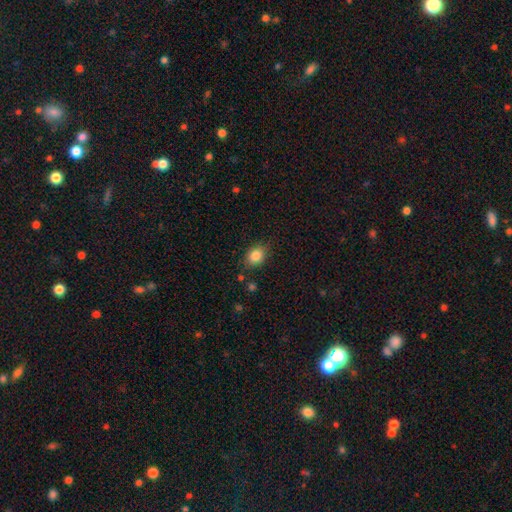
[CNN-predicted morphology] smooth-or-featured: smooth: 85% | star or artifact: 9% | featured or disk: 6%
  how-rounded: in between: 55% | round: 44% | cigar-shaped: 1%
  merging: none: 81% | minor disturbance: 13% | major disturbance: 3% | merger: 2%